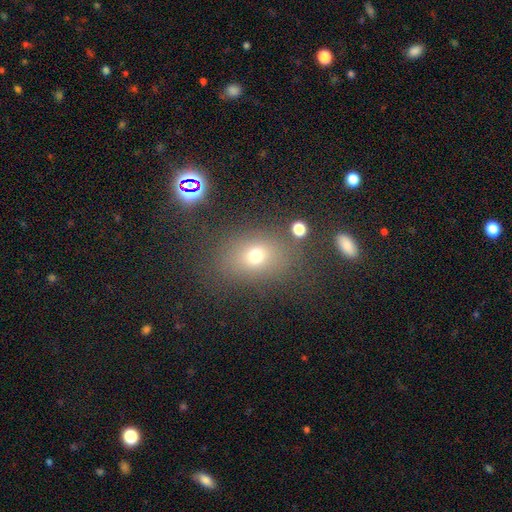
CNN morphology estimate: Smooth or featured: smooth — 69% (star or artifact — 18%)
How rounded: in between — 62% (round — 36%)
Merging: none — 75% (minor disturbance — 13%)